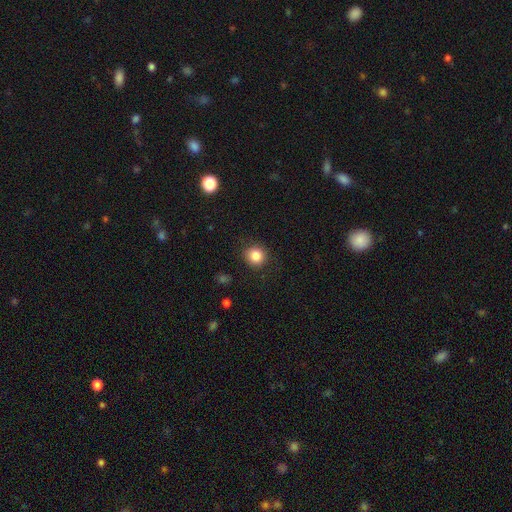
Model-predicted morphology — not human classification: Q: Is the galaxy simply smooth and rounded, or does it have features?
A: smooth — 84%.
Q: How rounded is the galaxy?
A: round — 89%.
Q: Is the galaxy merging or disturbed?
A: none — 88%.